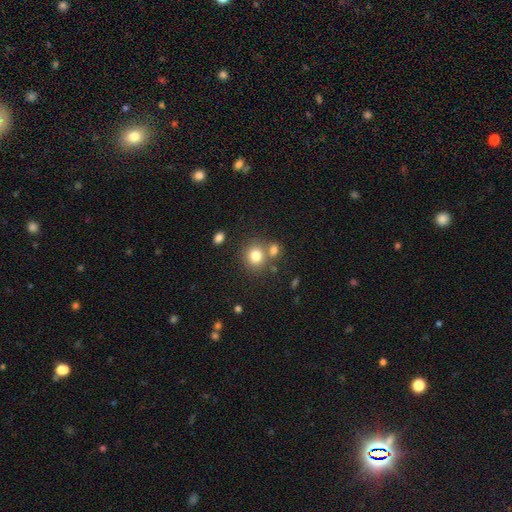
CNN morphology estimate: Smooth or featured?
  - smooth: 79% *
  - star or artifact: 12%
  - featured or disk: 9%
How rounded?
  - round: 84% *
  - in between: 15%
  - cigar-shaped: 1%
Merging?
  - none: 62% *
  - merger: 25%
  - minor disturbance: 9%
  - major disturbance: 3%